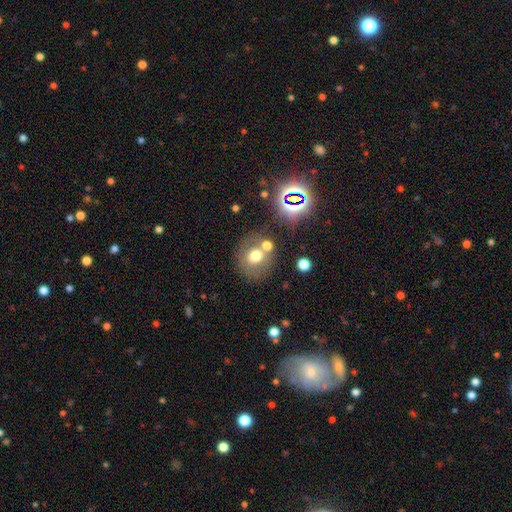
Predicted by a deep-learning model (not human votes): Smooth or featured: smooth — 63% (featured or disk — 20%)
How rounded: round — 78% (in between — 21%)
Merging: none — 63% (merger — 19%)